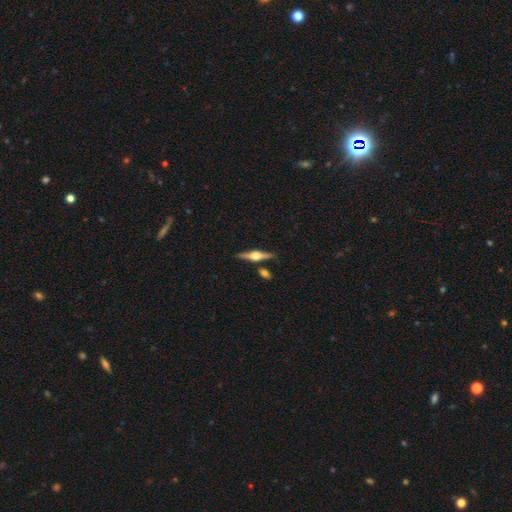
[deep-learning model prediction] A featured or disk galaxy (78%) viewed edge-on (98%) with a rounded central bulge (95%).

Vote fractions:
- Smooth or featured? featured or disk: 78% / smooth: 16% / star or artifact: 5%
- Edge-on disk? yes: 98% / no: 2%
- Edge-on bulge? rounded: 95% / boxy: 4% / none: 2%
- Merging? none: 84% / minor disturbance: 8% / merger: 6% / major disturbance: 2%